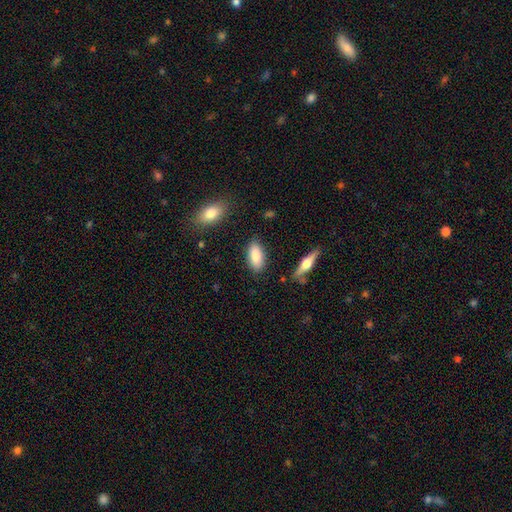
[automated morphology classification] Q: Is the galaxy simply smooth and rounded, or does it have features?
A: smooth — 84%.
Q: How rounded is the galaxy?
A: in between — 83%.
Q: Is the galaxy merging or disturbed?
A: none — 84%.